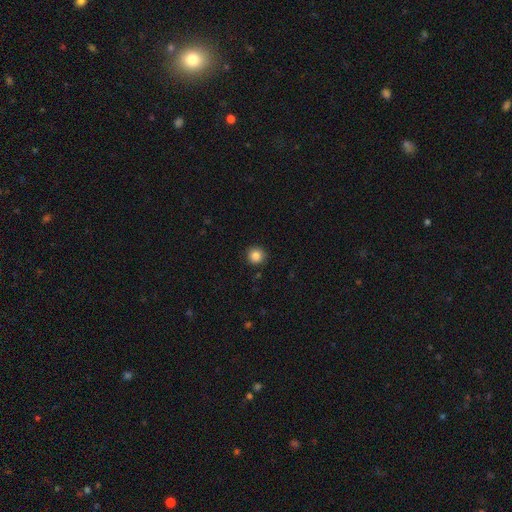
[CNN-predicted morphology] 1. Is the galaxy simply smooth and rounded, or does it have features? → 85% smooth, 10% star or artifact, 4% featured or disk.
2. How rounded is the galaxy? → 94% round, 5% in between, 1% cigar-shaped.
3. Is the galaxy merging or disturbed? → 92% none, 5% minor disturbance, 2% major disturbance, 1% merger.